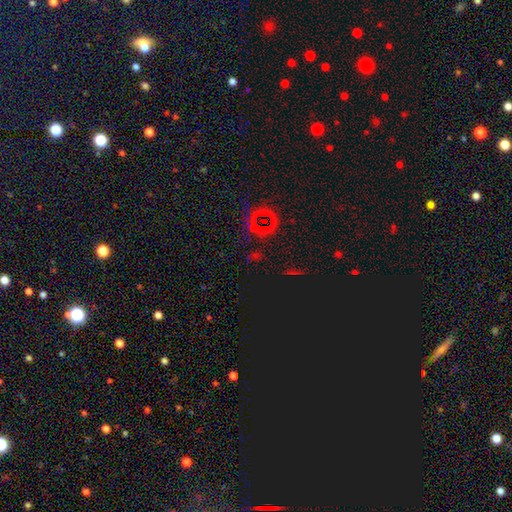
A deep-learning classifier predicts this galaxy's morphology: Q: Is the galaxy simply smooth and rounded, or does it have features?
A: star or artifact — 75%.